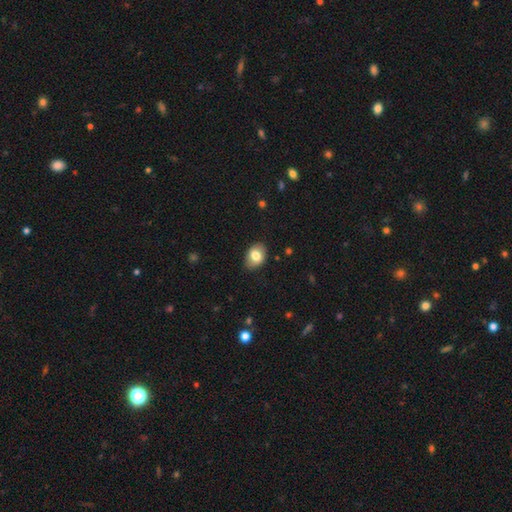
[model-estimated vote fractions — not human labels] Morphology: type=smooth (76%); roundness=in between (76%); merging=none (84%).